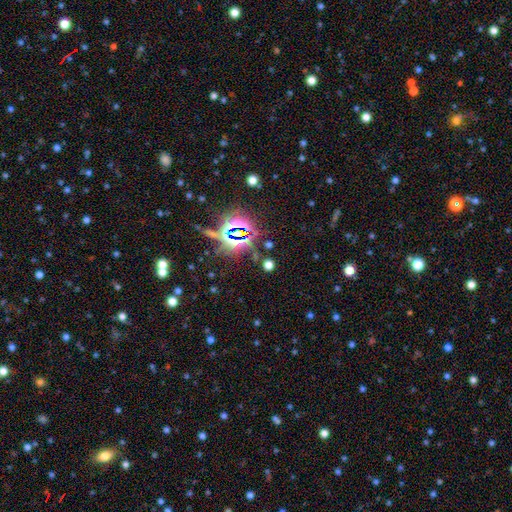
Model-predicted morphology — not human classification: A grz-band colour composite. It shows a star or artifact, not a galaxy (83%).